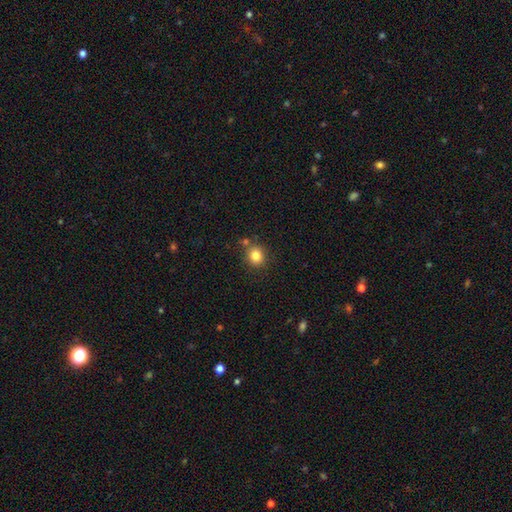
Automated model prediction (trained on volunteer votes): smooth_or_featured: smooth (p=0.82) [alt: star or artifact p=0.12]
how_rounded: round (p=0.83) [alt: in between p=0.16]
merging: none (p=0.77) [alt: minor disturbance p=0.10]